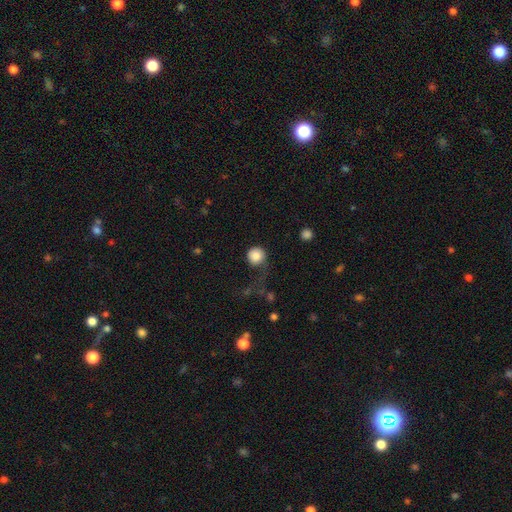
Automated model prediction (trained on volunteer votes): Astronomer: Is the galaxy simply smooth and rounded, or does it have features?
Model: smooth — 86%.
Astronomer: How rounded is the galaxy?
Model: round — 92%.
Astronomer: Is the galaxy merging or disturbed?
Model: none — 49% (runner-up: major disturbance, 26%).